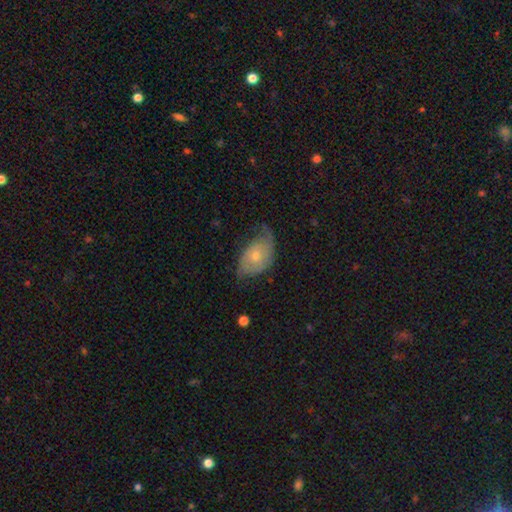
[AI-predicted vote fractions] This is possibly a featured or disk galaxy (54%). It is clearly not viewed edge-on (95%). Bar: likely no (76%). Spiral arm pattern: likely yes (78%). Central bulge: possibly small (47%). Merging: marginally none (44%).